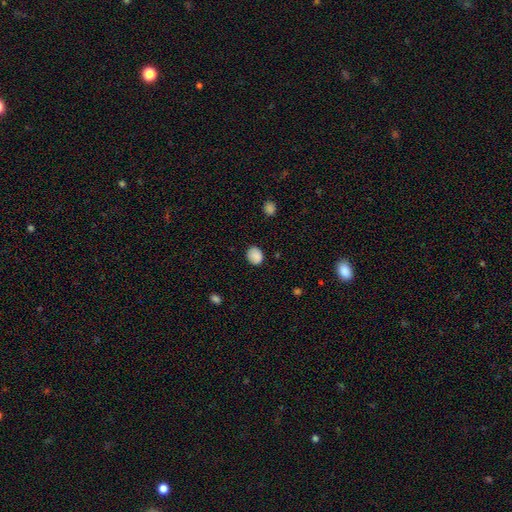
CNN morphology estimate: smooth-or-featured: smooth: 88% | star or artifact: 9% | featured or disk: 4%
  how-rounded: round: 53% | in between: 46% | cigar-shaped: 1%
  merging: none: 81% | minor disturbance: 15% | major disturbance: 3% | merger: 1%